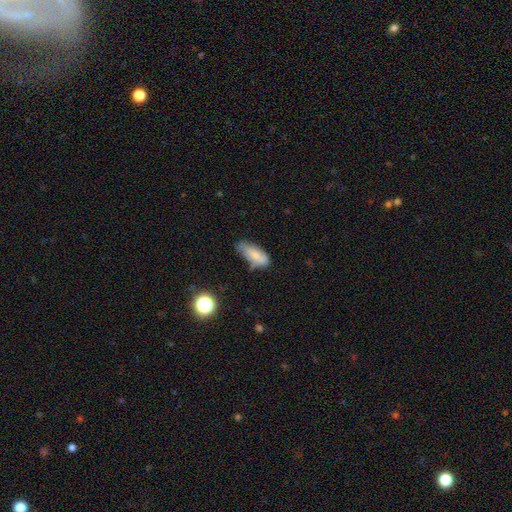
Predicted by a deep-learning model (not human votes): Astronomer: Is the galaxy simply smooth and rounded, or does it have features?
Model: smooth — 74%.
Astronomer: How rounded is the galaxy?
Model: in between — 80%.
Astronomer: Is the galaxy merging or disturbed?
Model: none — 45% (runner-up: minor disturbance, 40%).